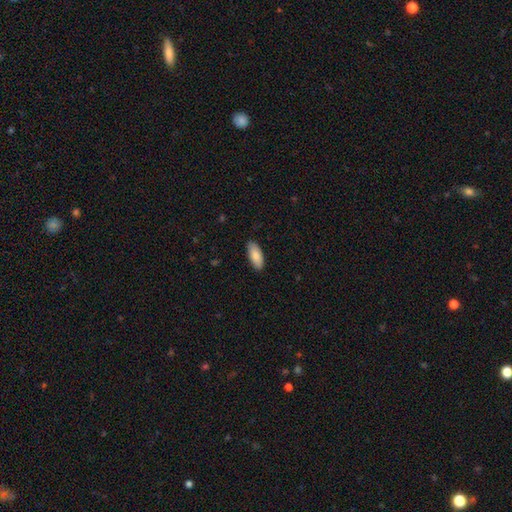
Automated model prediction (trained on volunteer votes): Smooth or featured? Predicted: smooth (p=0.87). How rounded? Predicted: in between (p=0.82). Merging? Predicted: none (p=0.89).